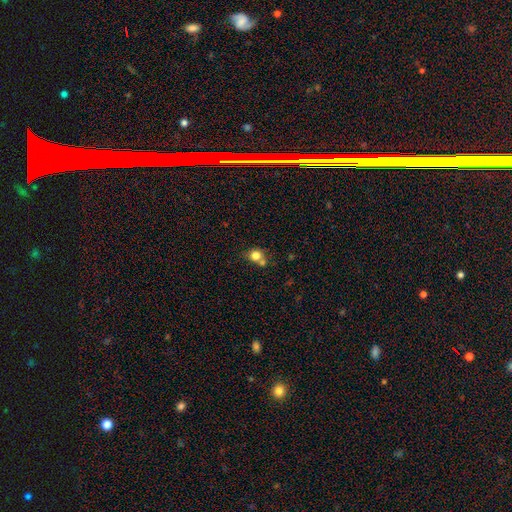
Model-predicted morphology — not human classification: Overall: smooth (78%). How rounded: round (79%). Merging: none (51%; merger 33%).